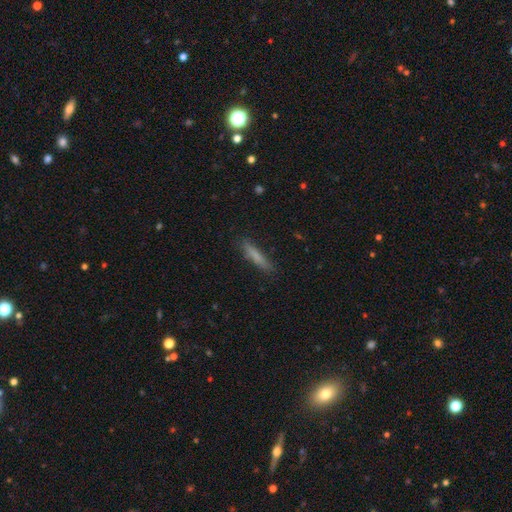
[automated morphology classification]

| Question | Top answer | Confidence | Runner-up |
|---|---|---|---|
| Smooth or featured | smooth | 75% | featured or disk (18%) |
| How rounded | cigar-shaped | 89% | in between (9%) |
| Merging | none | 84% | minor disturbance (12%) |